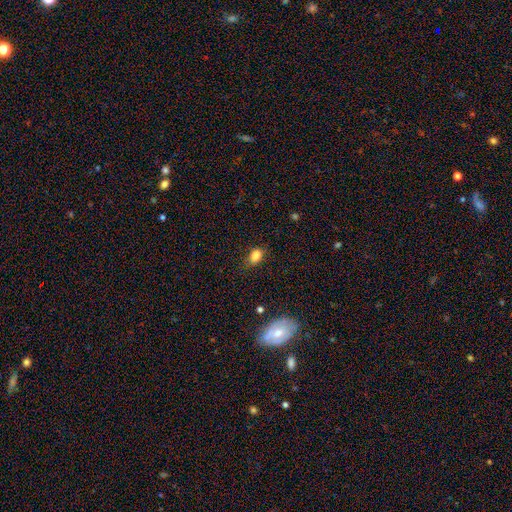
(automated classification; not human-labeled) The model was most divided on "merging": none: 74%, minor disturbance: 20%, major disturbance: 5%, merger: 2%. More confident: smooth or featured — smooth (84%); how rounded — in between (82%).